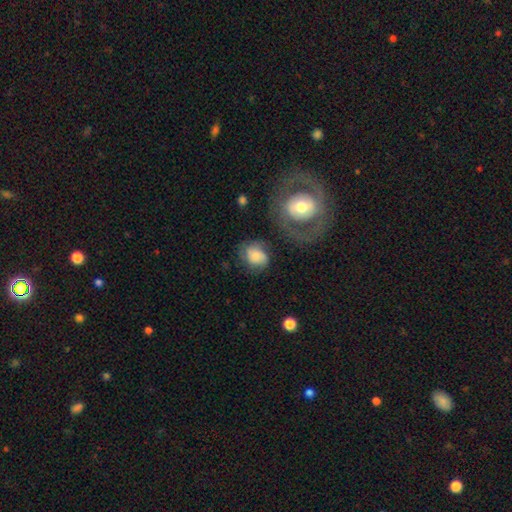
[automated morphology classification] This is possibly a smooth galaxy (59%). How rounded: possibly round (52%). Merging: possibly none (56%).